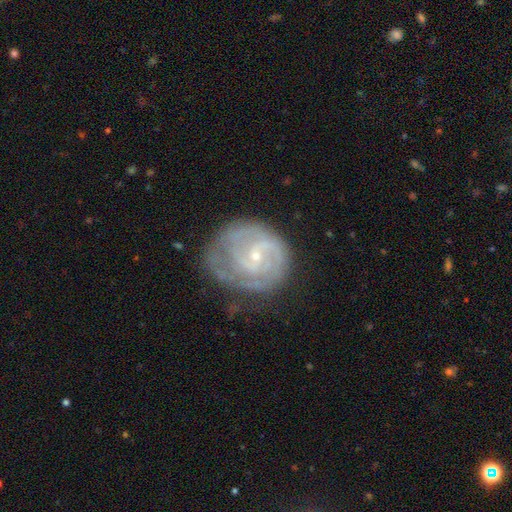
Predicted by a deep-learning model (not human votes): Smooth or featured?
  - featured or disk: 82% *
  - smooth: 12%
  - star or artifact: 6%
Edge-on disk?
  - no: 98% *
  - yes: 2%
Bar?
  - no: 50% *
  - weak: 41%
  - strong: 9%
Spiral arms?
  - yes: 92% *
  - no: 8%
Spiral winding?
  - tight: 60% *
  - medium: 32%
  - loose: 8%
Spiral arm count?
  - 2: 39% *
  - can't tell: 31%
  - 3: 15%
  - 1: 6%
  - 4: 5%
  - more than 4: 4%
Bulge size?
  - small: 79% *
  - moderate: 16%
  - none: 2%
  - large: 1%
  - dominant: 1%
Merging?
  - none: 58% *
  - minor disturbance: 24%
  - major disturbance: 16%
  - merger: 2%